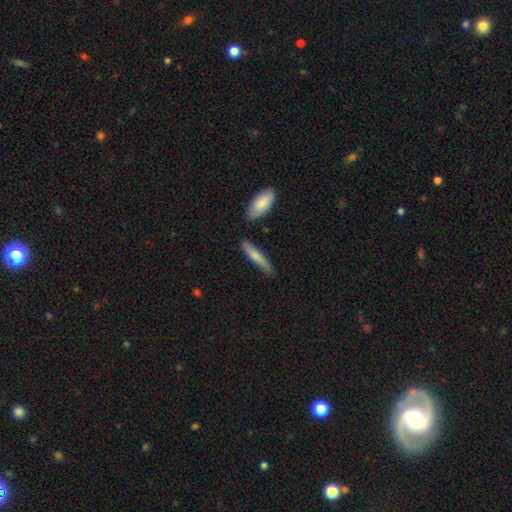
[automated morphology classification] Q: Smooth or featured?
A: smooth (69%); runner-up: featured or disk (26%)
Q: How rounded?
A: cigar-shaped (84%); runner-up: in between (14%)
Q: Merging?
A: none (77%); runner-up: minor disturbance (15%)